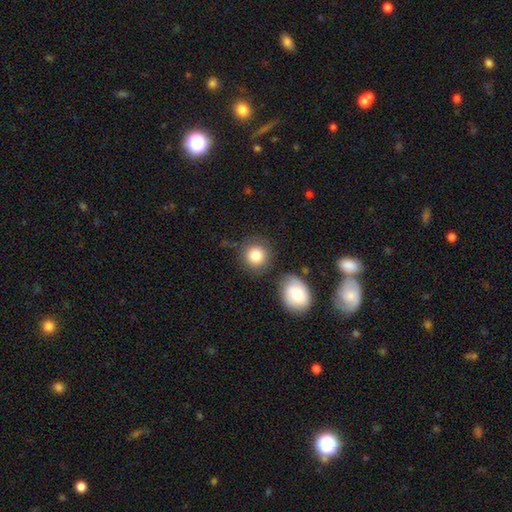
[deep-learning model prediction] Q: Smooth or featured?
A: smooth (85%); runner-up: featured or disk (8%)
Q: How rounded?
A: round (90%); runner-up: in between (9%)
Q: Merging?
A: none (74%); runner-up: minor disturbance (12%)